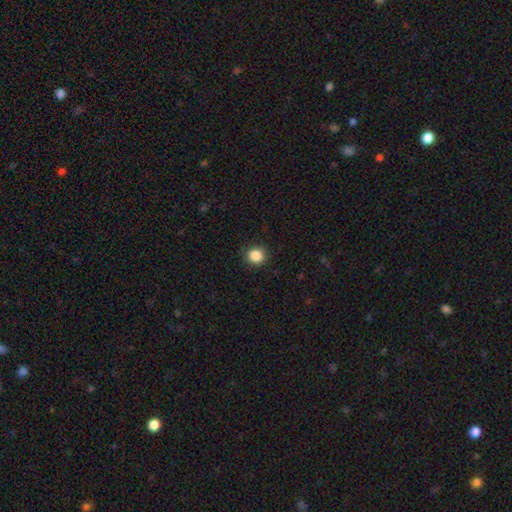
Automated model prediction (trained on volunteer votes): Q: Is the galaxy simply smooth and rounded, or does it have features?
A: smooth — 86%.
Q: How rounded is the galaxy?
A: round — 86%.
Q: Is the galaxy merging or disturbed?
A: none — 89%.